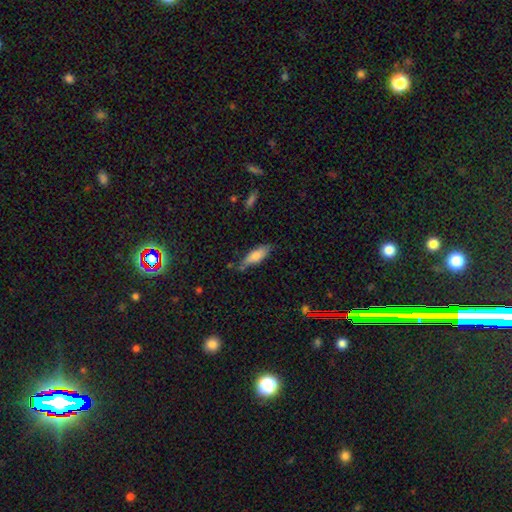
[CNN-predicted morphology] smooth-or-featured: smooth: 72% | featured or disk: 21% | star or artifact: 7%
  how-rounded: in between: 55% | cigar-shaped: 43% | round: 2%
  merging: none: 67% | minor disturbance: 24% | merger: 5% | major disturbance: 5%